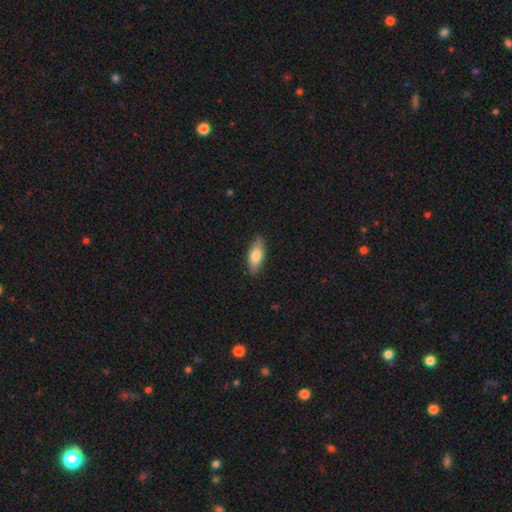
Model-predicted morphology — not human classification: Smooth or featured? Predicted: smooth (p=0.76). How rounded? Predicted: in between (p=0.72). Merging? Predicted: none (p=0.85).